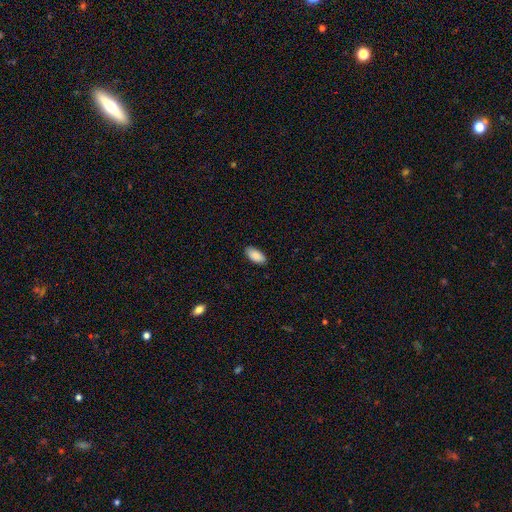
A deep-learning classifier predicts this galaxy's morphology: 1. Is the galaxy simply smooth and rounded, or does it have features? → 89% smooth, 6% star or artifact, 4% featured or disk.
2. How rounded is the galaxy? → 93% in between, 5% cigar-shaped, 2% round.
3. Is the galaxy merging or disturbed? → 88% none, 9% minor disturbance, 2% major disturbance, 1% merger.